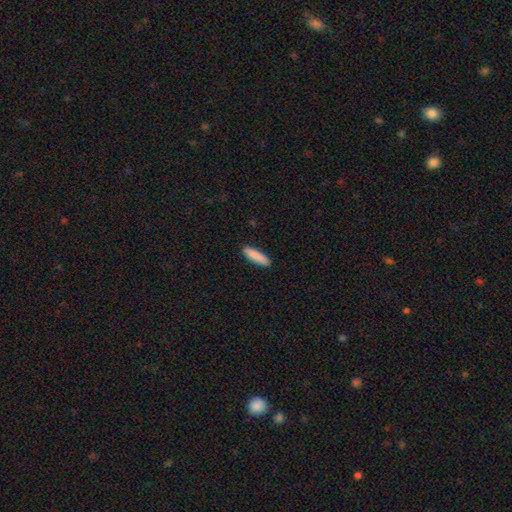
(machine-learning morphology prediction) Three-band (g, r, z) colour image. It shows a smooth galaxy with no disk features (88%) that is cigar-shaped (71%). Merging: none (90%).